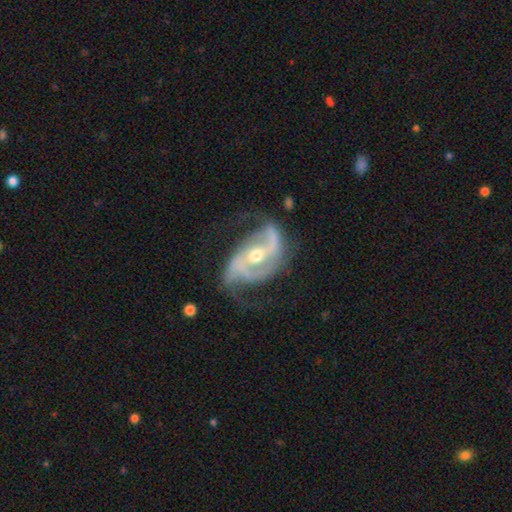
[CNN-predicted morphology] smooth-or-featured: featured or disk: 90% | smooth: 5% | star or artifact: 5%
  disk-edge-on: no: 97% | yes: 3%
    bar: strong: 37% | weak: 35% | no: 28%
    has-spiral-arms: yes: 96% | no: 4%
      spiral-winding: medium: 43% (tied) | loose: 43% (tied) | tight: 14%
      spiral-arm-count: 2: 81% | 3: 7% | can't tell: 5% | 1: 3% | 4: 2% | more than 4: 2%
    bulge-size: moderate: 52% | small: 45% | large: 2% | none: 1% | dominant: 1%
  merging: none: 57% | minor disturbance: 23% | major disturbance: 19% | merger: 2%